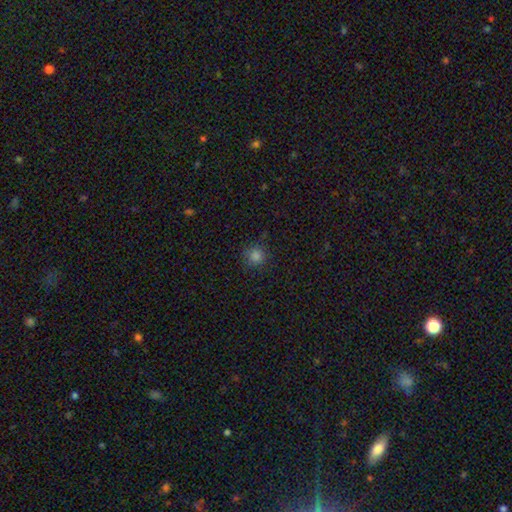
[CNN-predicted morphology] A smooth galaxy with no disk features (81%) that is round (93%). Merging: none (87%).